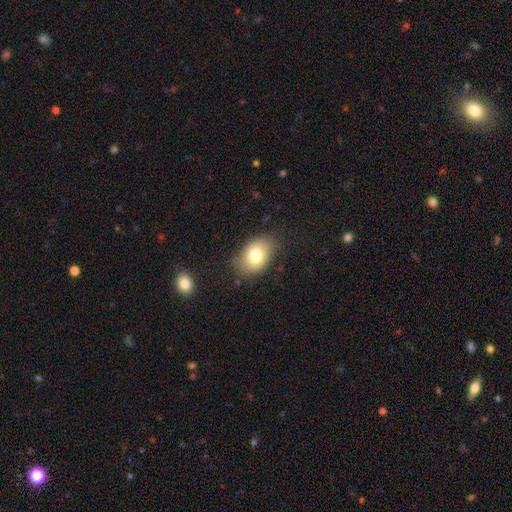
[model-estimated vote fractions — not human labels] Smooth or featured: smooth — 77% (featured or disk — 15%)
How rounded: in between — 79% (round — 20%)
Merging: none — 77% (minor disturbance — 17%)